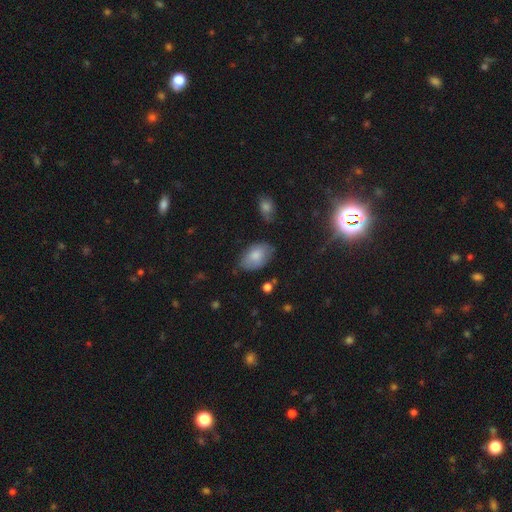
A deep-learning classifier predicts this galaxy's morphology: type=smooth (80%); roundness=in between (92%); merging=none (72%).